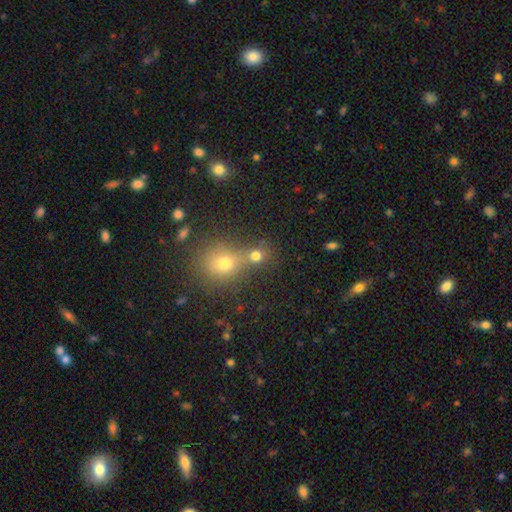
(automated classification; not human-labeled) The model was most divided on "merging": none: 48%, merger: 42%, minor disturbance: 7%, major disturbance: 4%. More confident: how rounded — round (83%); smooth or featured — smooth (73%).